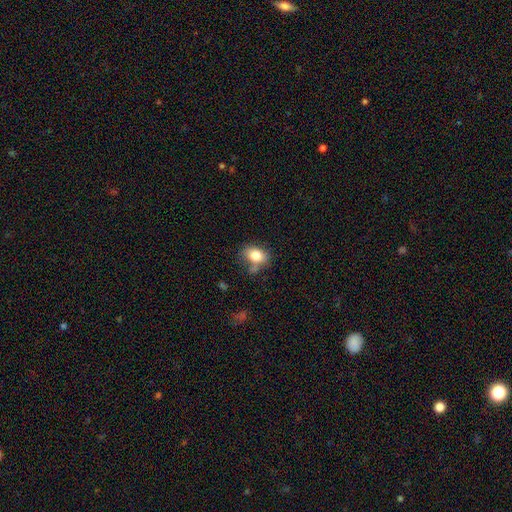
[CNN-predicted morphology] A smooth galaxy with no disk features (80%) that is in between round and cigar-shaped (72%). Merging: none (58%).